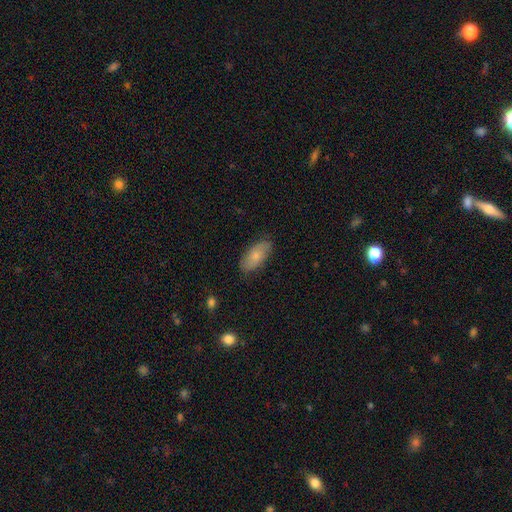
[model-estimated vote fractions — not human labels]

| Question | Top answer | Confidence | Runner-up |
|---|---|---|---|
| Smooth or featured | smooth | 74% | featured or disk (19%) |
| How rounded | in between | 90% | cigar-shaped (7%) |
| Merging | none | 81% | minor disturbance (15%) |